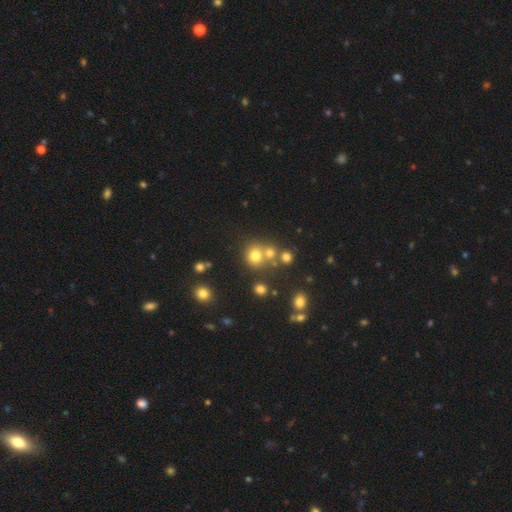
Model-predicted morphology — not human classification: type=smooth (72%); roundness=round (85%); merging=none (57%).